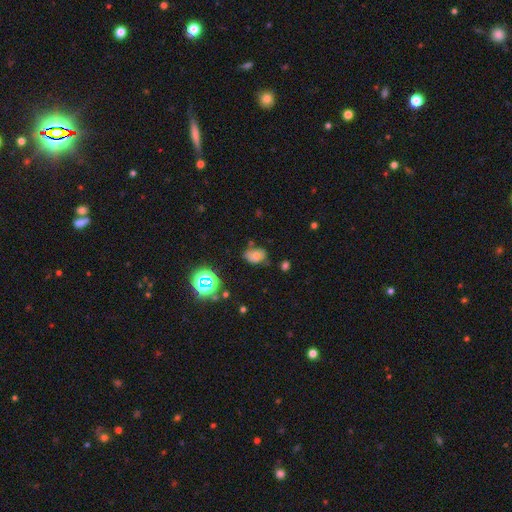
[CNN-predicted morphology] The model was most divided on "merging": none: 55%, minor disturbance: 31%, major disturbance: 9%, merger: 5%. More confident: how rounded — in between (67%); smooth or featured — smooth (54%).